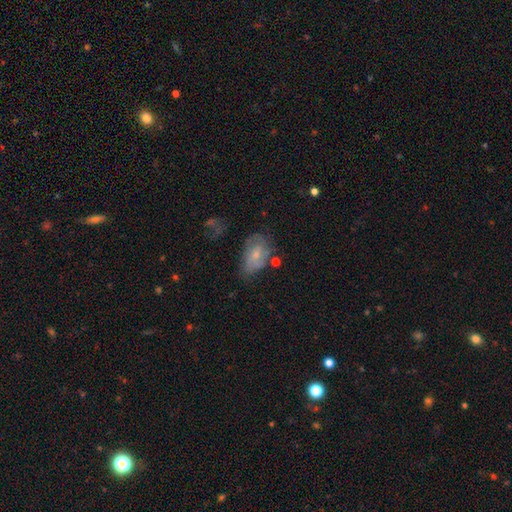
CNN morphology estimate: type=smooth (52%); roundness=in between (86%); merging=none (47%).